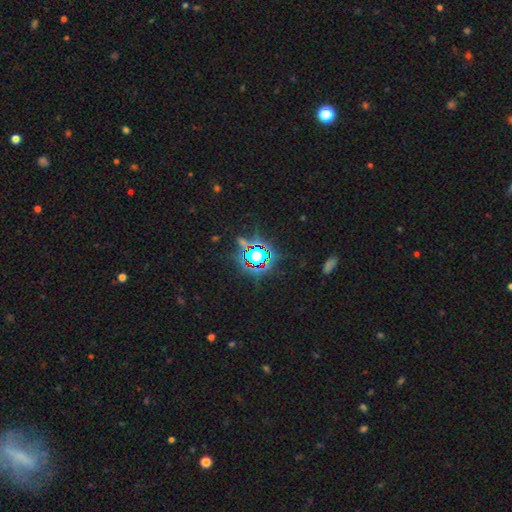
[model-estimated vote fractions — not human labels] Morphology: type=star or artifact (77%).